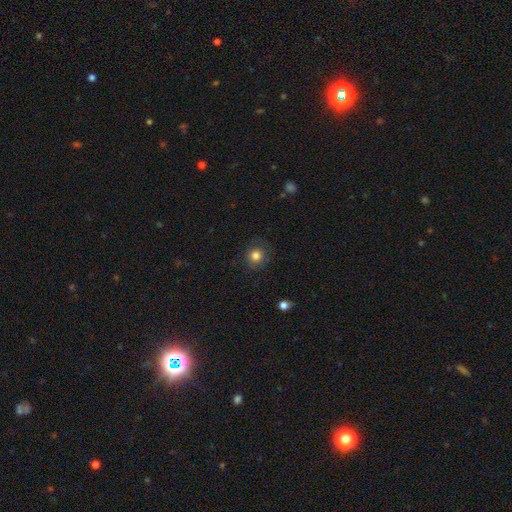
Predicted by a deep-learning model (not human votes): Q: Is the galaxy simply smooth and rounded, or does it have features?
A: smooth — 82%.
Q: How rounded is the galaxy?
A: round — 89%.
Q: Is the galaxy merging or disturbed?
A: none — 84%.